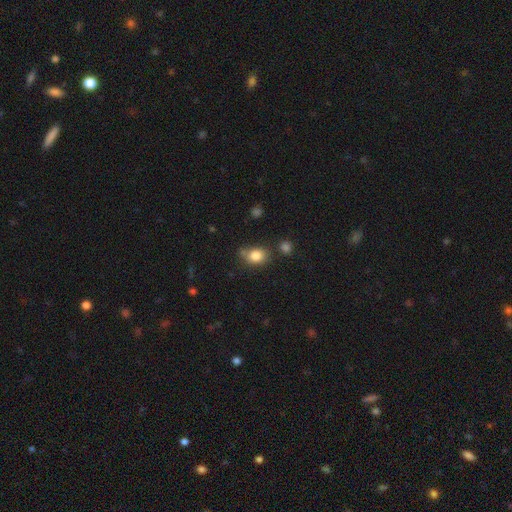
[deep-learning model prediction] The model was most divided on "how rounded": in between: 52%, round: 47%, cigar-shaped: 1%. More confident: smooth or featured — smooth (83%); merging — none (65%).